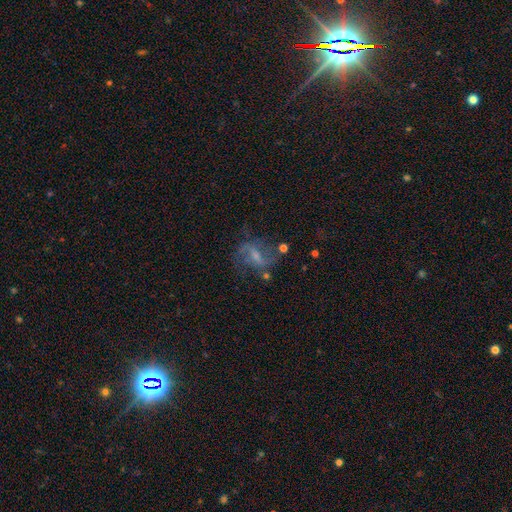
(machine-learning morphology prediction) The model was most divided on "bulge size": small: 44%, moderate: 26%, none: 25%, large: 4%, dominant: 1%. Remaining: edge-on disk — no (96%); spiral arms — yes (86%); spiral arm count — 2 (83%); smooth or featured — featured or disk (72%); spiral winding — loose (62%); merging — none (55%); bar — weak (50%).